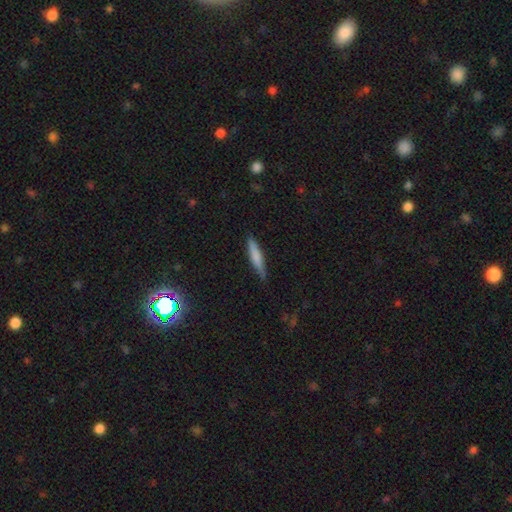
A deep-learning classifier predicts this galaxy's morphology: smooth-or-featured: smooth: 69% | featured or disk: 25% | star or artifact: 6%
  how-rounded: cigar-shaped: 89% | in between: 9% | round: 1%
  merging: none: 80% | minor disturbance: 16% | major disturbance: 3% | merger: 1%